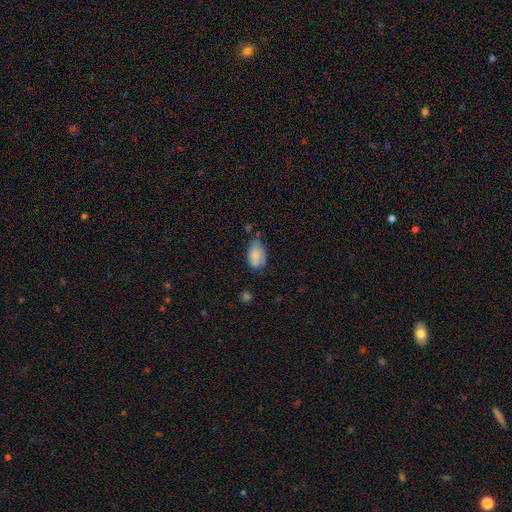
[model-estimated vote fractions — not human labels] smooth_or_featured: smooth (p=0.74) [alt: featured or disk p=0.18]
how_rounded: in between (p=0.91) [alt: round p=0.07]
merging: none (p=0.55) [alt: minor disturbance p=0.32]